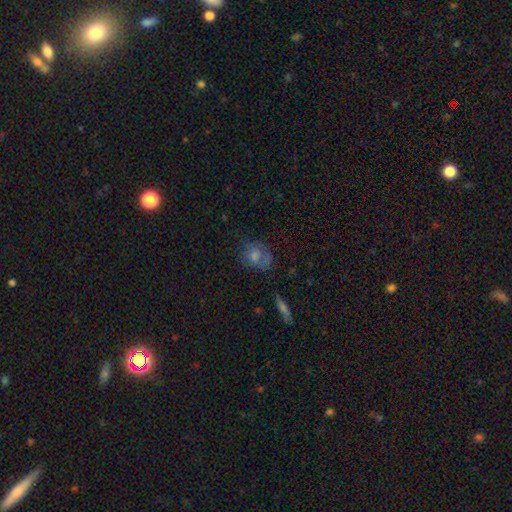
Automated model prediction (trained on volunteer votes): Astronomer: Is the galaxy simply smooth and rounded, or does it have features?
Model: smooth — 56%.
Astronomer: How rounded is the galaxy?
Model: round — 55% (runner-up: in between, 44%).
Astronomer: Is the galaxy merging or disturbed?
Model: none — 51%.